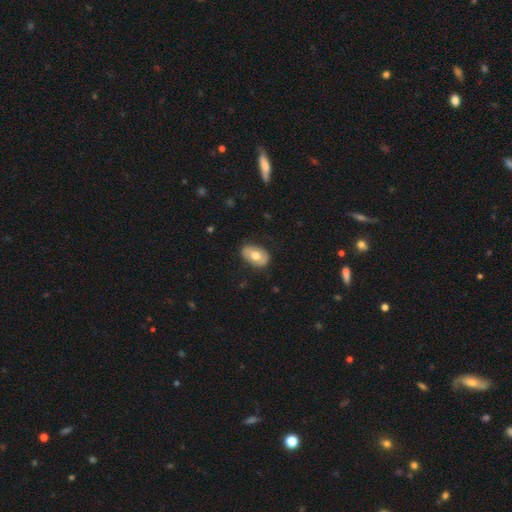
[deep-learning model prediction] This appears to be a smooth galaxy with no disk features (63%) that is in between round and cigar-shaped (88%). Merging: none (80%).